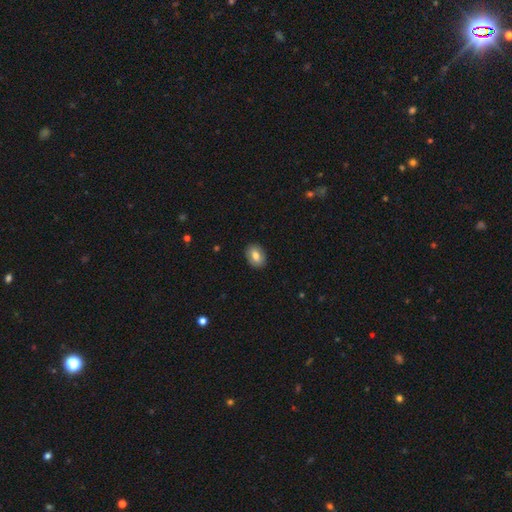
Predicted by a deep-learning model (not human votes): Smooth or featured?
  - smooth: 78% *
  - featured or disk: 15%
  - star or artifact: 7%
How rounded?
  - in between: 75% *
  - round: 24%
  - cigar-shaped: 1%
Merging?
  - none: 89% *
  - minor disturbance: 8%
  - major disturbance: 2%
  - merger: 1%